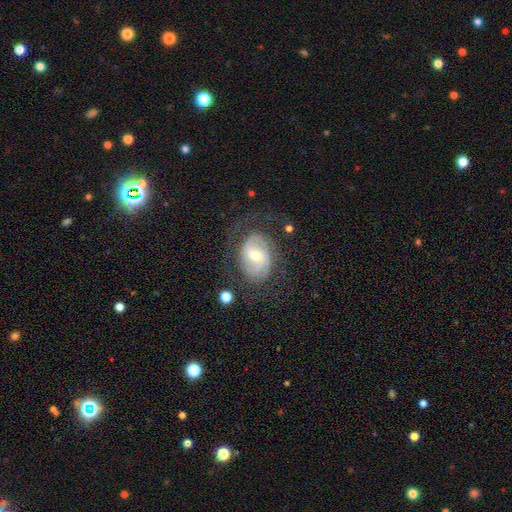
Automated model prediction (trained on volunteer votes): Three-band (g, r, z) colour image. It shows a featured or disk galaxy (78%) with a weak bar (51%), 2 (51%) tight (46%) spiral arms (90%) and a small central bulge (48%, tied with moderate). Merging: none (60%).